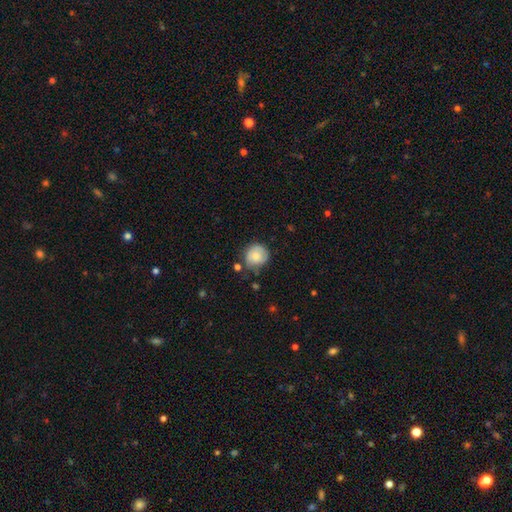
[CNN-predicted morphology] A smooth galaxy with no disk features (77%) that is round (87%).

Vote fractions:
- Smooth or featured? smooth: 77% / featured or disk: 16% / star or artifact: 8%
- How rounded? round: 87% / in between: 12% / cigar-shaped: 1%
- Merging? none: 65% / minor disturbance: 24% / major disturbance: 6% / merger: 5%